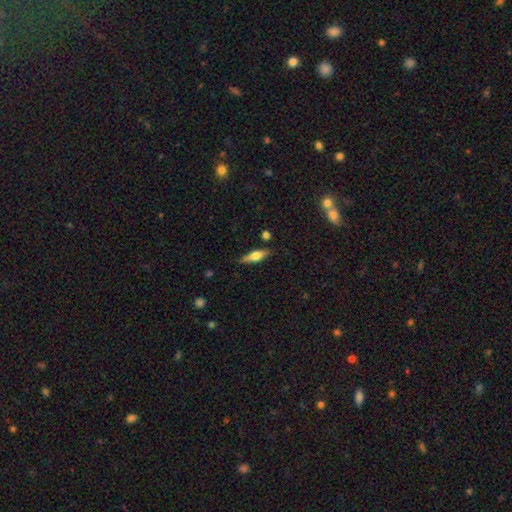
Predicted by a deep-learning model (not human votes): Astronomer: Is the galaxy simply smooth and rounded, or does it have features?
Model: smooth — 47% (runner-up: featured or disk, 46%).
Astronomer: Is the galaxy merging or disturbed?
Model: none — 83%.